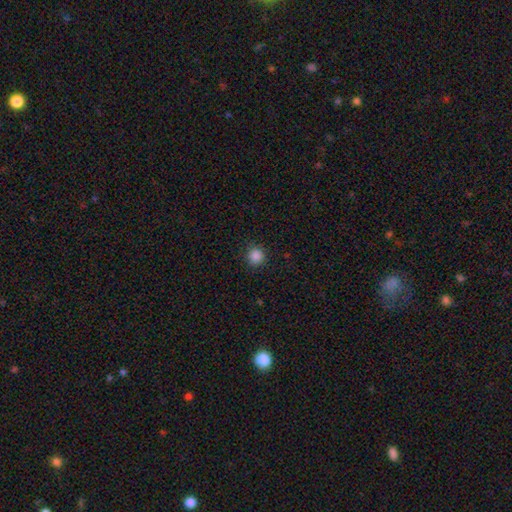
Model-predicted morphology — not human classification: Smooth or featured: smooth — 86% (star or artifact — 11%)
How rounded: round — 93% (in between — 6%)
Merging: none — 90% (minor disturbance — 7%)